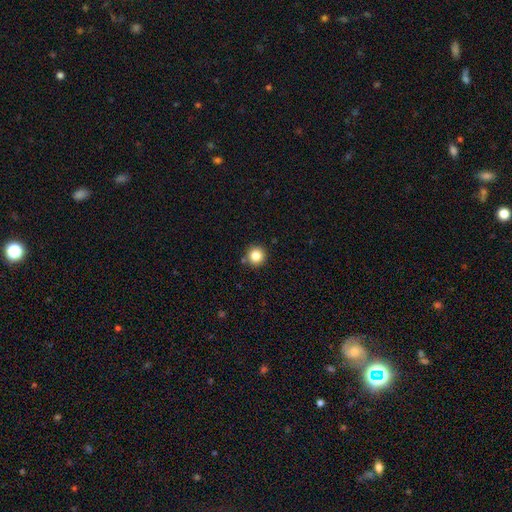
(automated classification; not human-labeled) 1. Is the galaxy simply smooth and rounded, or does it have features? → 83% smooth, 11% star or artifact, 6% featured or disk.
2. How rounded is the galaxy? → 95% round, 4% in between, 1% cigar-shaped.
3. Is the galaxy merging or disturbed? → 86% none, 8% minor disturbance, 5% merger, 2% major disturbance.